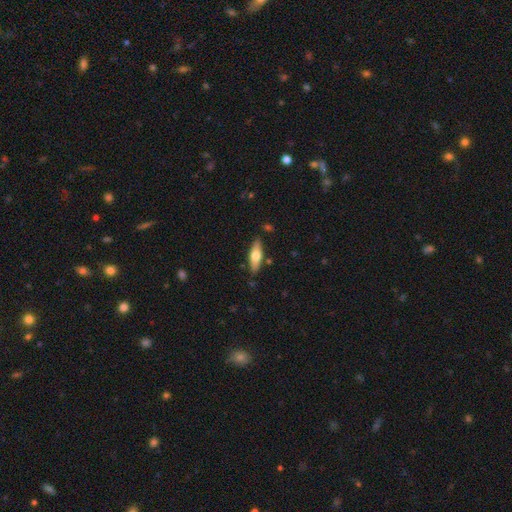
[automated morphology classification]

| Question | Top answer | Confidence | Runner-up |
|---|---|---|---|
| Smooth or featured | smooth | 59% | featured or disk (35%) |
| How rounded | in between | 52% | cigar-shaped (45%) |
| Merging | none | 84% | minor disturbance (11%) |